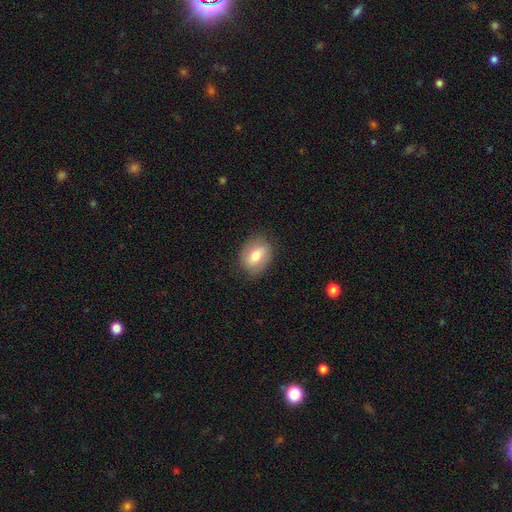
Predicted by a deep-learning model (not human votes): Morphology: type=smooth (69%); roundness=in between (64%); merging=none (83%).